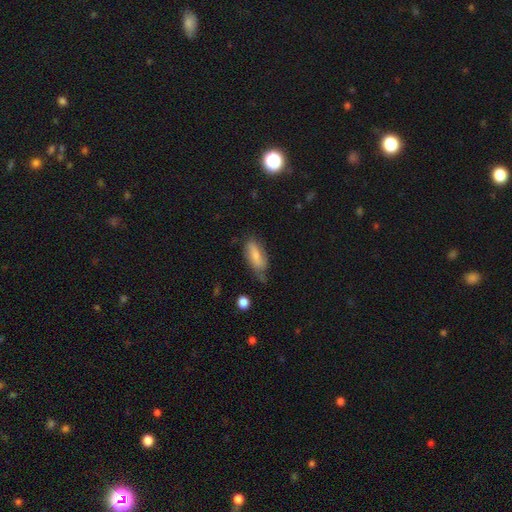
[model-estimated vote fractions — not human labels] Morphology: type=smooth (67%); roundness=in between (79%); merging=none (53%).